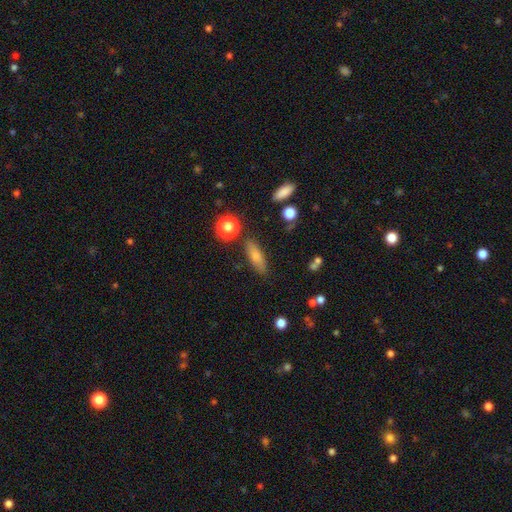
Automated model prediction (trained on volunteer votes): The model was most divided on "how rounded": in between: 51%, cigar-shaped: 45%, round: 4%. More confident: merging — none (81%); smooth or featured — smooth (75%).